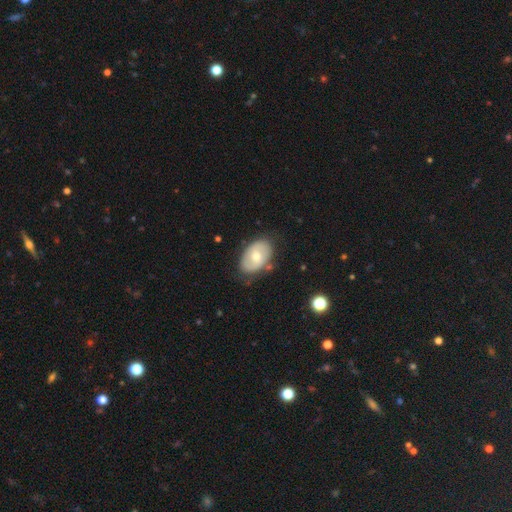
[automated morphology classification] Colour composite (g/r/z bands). It shows a featured or disk galaxy (49%). Merging: none (77%).